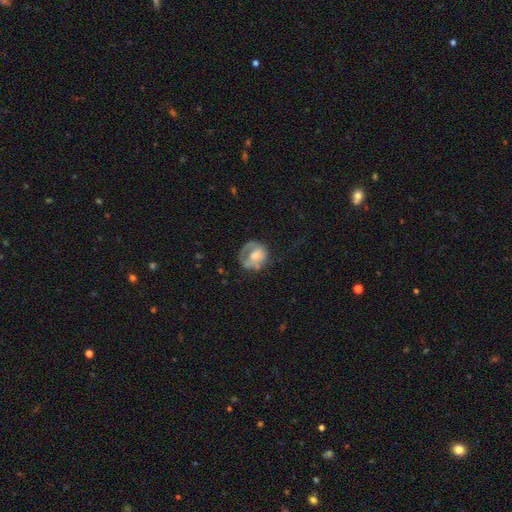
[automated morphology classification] Overall: featured or disk (47%; smooth 46%). Merging: none (45%; major disturbance 27%).